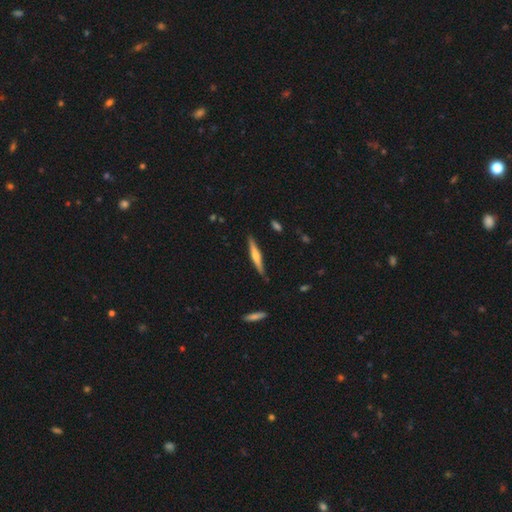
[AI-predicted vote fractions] Morphology: type=featured or disk (61%); edge-on=yes (97%); edge-on bulge=rounded (80%); merging=none (86%).